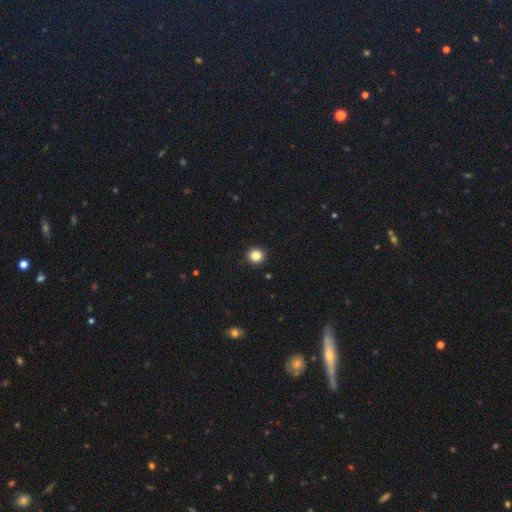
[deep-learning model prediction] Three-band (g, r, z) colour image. It shows a smooth galaxy with no disk features (84%) that is round (93%). Merging: none (93%).